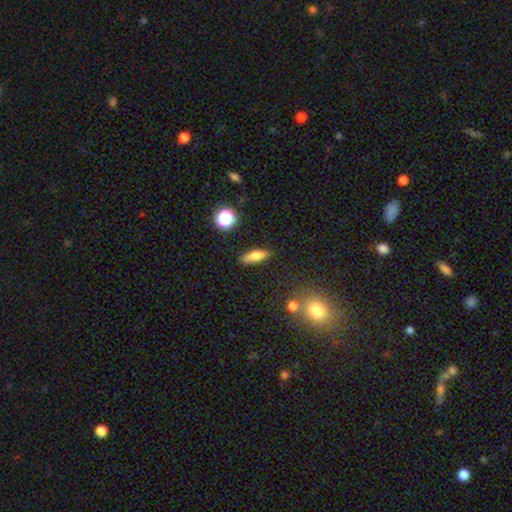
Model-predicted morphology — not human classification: type=smooth (70%); roundness=in between (51%); merging=none (84%).